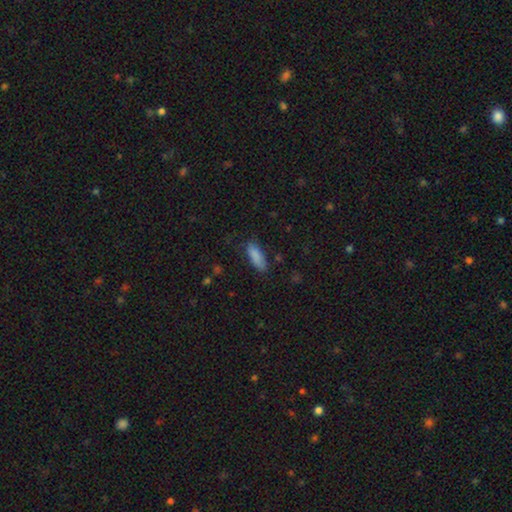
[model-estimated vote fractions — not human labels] Overall: smooth (87%). How rounded: in between (71%). Merging: none (73%).